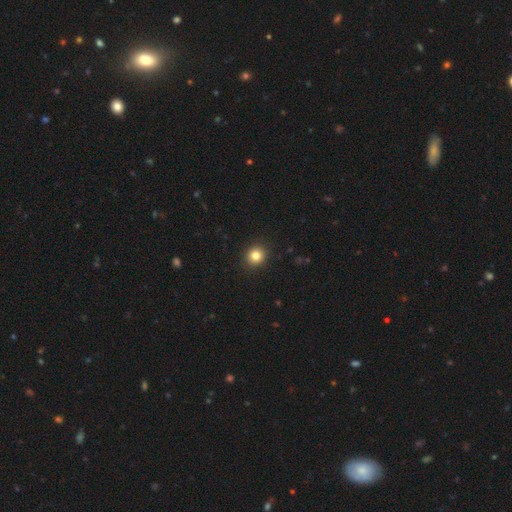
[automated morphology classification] Q: Smooth or featured?
A: smooth (83%); runner-up: star or artifact (11%)
Q: How rounded?
A: round (88%); runner-up: in between (11%)
Q: Merging?
A: none (92%); runner-up: minor disturbance (5%)